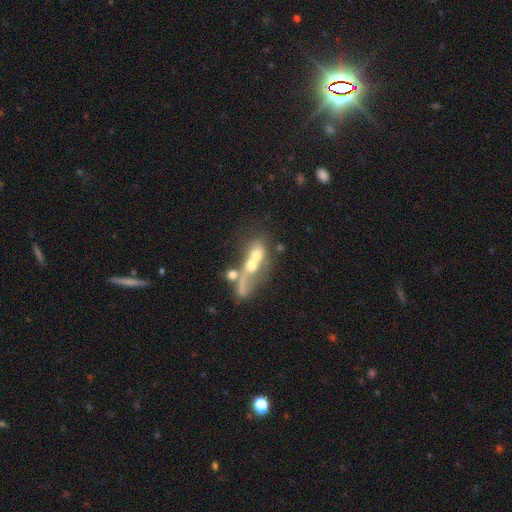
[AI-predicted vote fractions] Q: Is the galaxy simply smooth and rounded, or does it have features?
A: smooth — 51%.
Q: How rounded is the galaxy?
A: in between — 48%.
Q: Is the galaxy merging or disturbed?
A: merger — 69%.